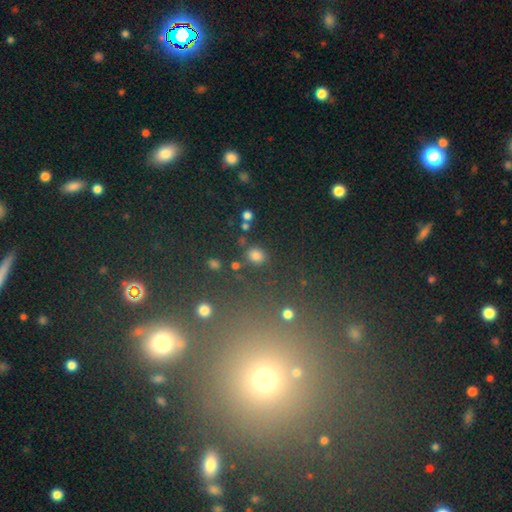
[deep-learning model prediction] A smooth galaxy with no disk features (77%) that is round (70%).

Vote fractions:
- Smooth or featured? smooth: 77% / star or artifact: 18% / featured or disk: 5%
- How rounded? round: 70% / in between: 28% / cigar-shaped: 1%
- Merging? none: 80% / minor disturbance: 10% / merger: 6% / major disturbance: 4%